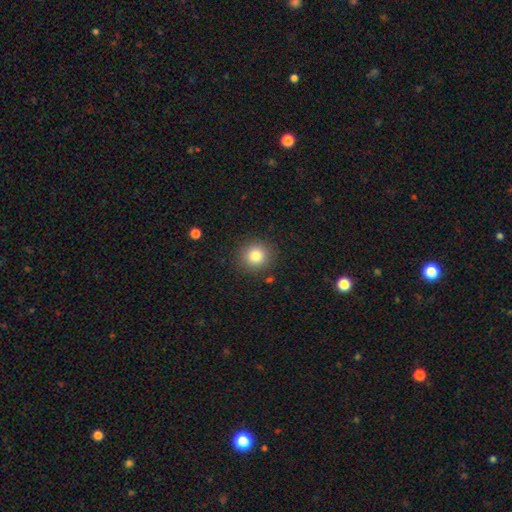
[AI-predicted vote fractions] Morphology: type=smooth (82%); roundness=round (91%); merging=none (89%).